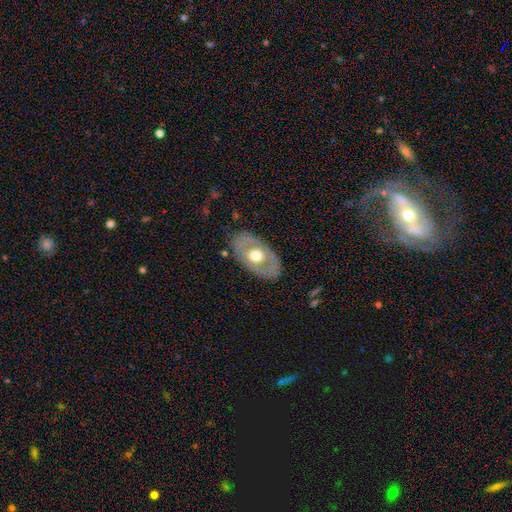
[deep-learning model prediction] This appears to be a featured or disk galaxy (52%). Merging: none (81%).